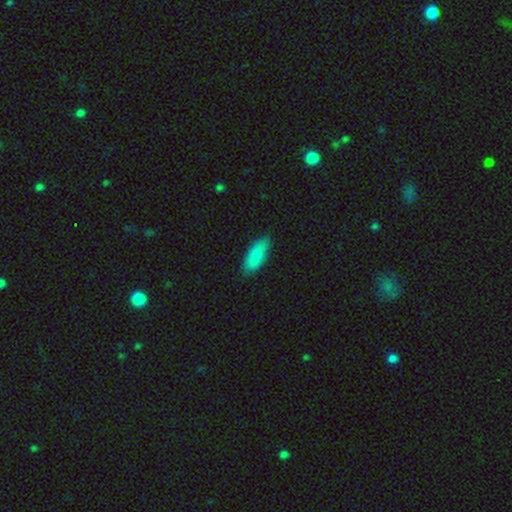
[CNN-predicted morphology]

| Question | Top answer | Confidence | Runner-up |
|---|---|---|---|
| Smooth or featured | smooth | 86% | featured or disk (8%) |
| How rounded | in between | 79% | cigar-shaped (19%) |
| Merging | none | 84% | minor disturbance (12%) |